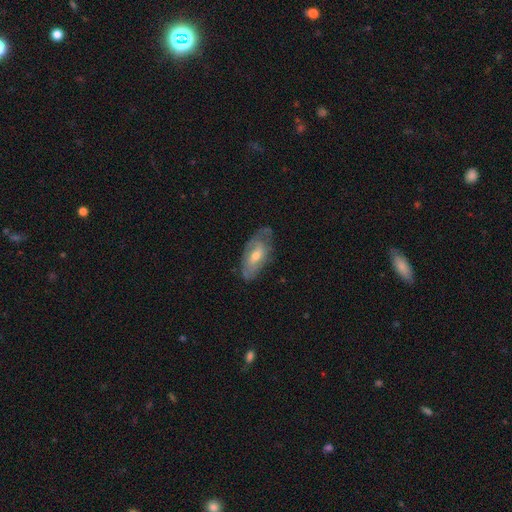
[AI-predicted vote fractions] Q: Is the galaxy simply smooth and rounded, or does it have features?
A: featured or disk — 57%.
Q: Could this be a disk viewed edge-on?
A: no — 84%.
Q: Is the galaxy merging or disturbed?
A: none — 62%.